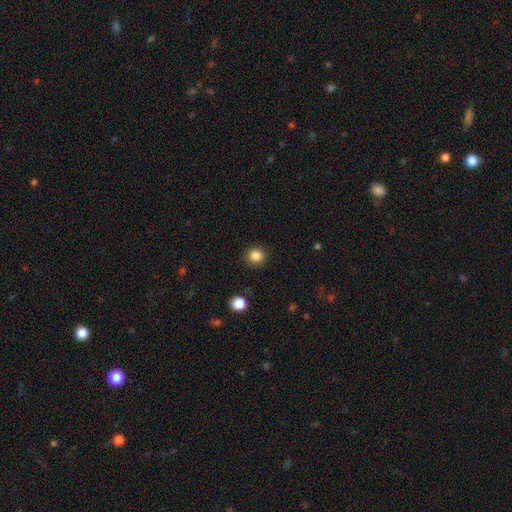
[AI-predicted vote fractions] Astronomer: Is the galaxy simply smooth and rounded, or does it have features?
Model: smooth — 85%.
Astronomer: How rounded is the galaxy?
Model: round — 88%.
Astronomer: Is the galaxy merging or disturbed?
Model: none — 89%.